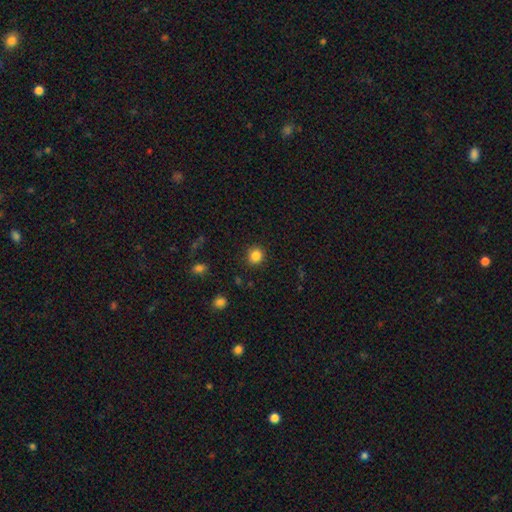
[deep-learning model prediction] A smooth galaxy with no disk features (85%) that is round (86%).

Vote fractions:
- Smooth or featured? smooth: 85% / star or artifact: 11% / featured or disk: 4%
- How rounded? round: 86% / in between: 13% / cigar-shaped: 1%
- Merging? none: 89% / minor disturbance: 7% / major disturbance: 2% / merger: 1%